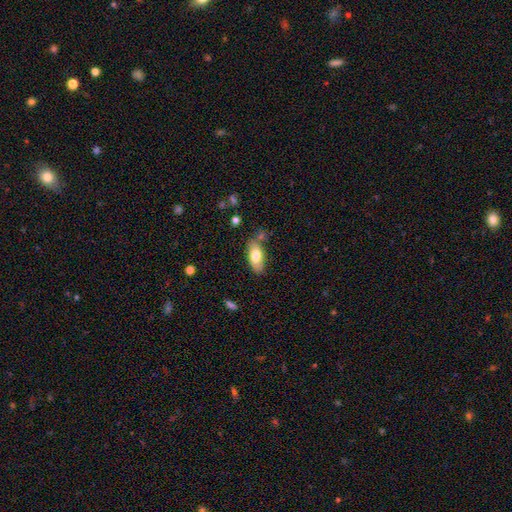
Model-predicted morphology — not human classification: Overall: smooth (74%). How rounded: in between (85%). Merging: none (70%).